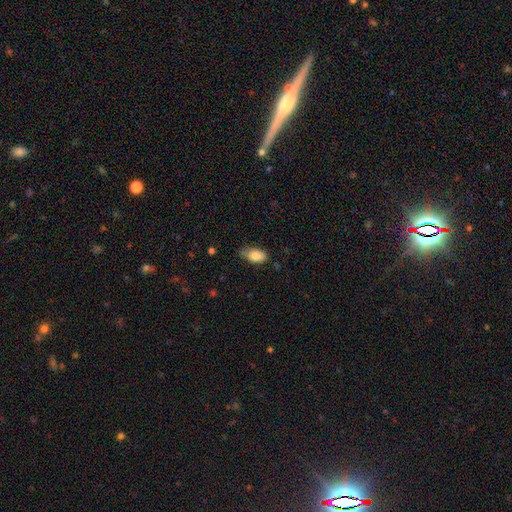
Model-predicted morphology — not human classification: This appears to be a smooth galaxy with no disk features (86%) that is in between round and cigar-shaped (91%). Merging: none (55%).